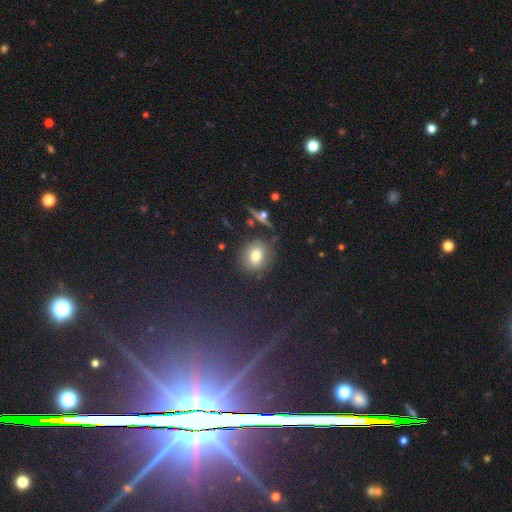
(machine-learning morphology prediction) Smooth or featured: smooth — 74% (star or artifact — 16%)
How rounded: round — 80% (in between — 18%)
Merging: none — 82% (minor disturbance — 11%)